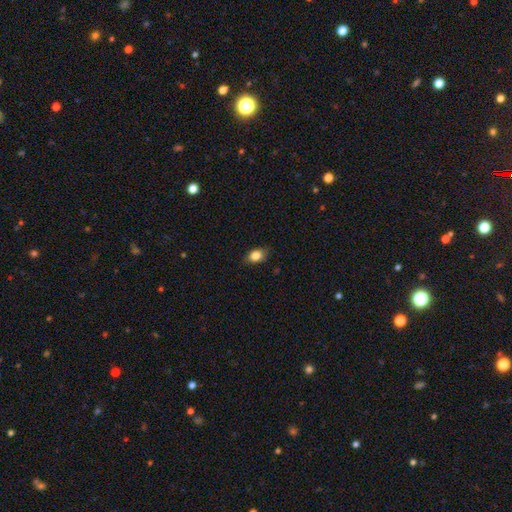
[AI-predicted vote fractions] This is clearly a smooth galaxy (84%). How rounded: likely in between (71%). Merging: likely none (80%).